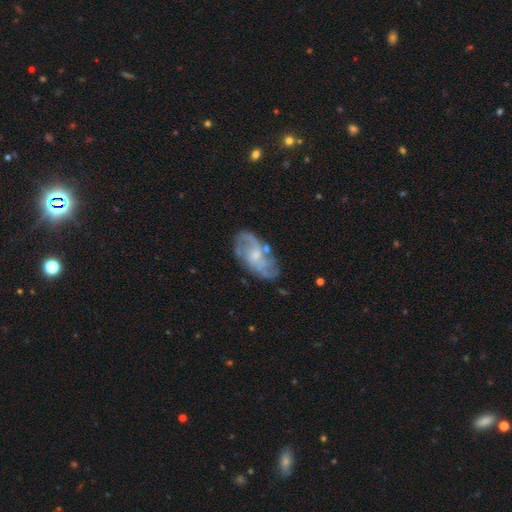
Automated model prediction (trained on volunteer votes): Smooth or featured?
  - featured or disk: 78% *
  - smooth: 15%
  - star or artifact: 7%
Edge-on disk?
  - no: 95% *
  - yes: 5%
Bar?
  - no: 65% *
  - weak: 30%
  - strong: 4%
Spiral arms?
  - yes: 88% *
  - no: 12%
Spiral winding?
  - medium: 44% *
  - tight: 29%
  - loose: 28%
Spiral arm count?
  - 2: 37% *
  - can't tell: 31%
  - 3: 17%
  - 4: 8%
  - 1: 5%
  - more than 4: 4%
Bulge size?
  - small: 53% *
  - moderate: 37%
  - none: 7%
  - large: 2%
  - dominant: 1%
Merging?
  - none: 70% *
  - minor disturbance: 19%
  - major disturbance: 8%
  - merger: 4%